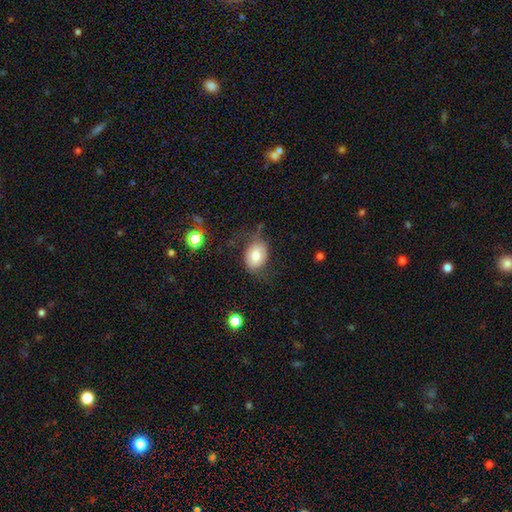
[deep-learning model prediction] A smooth galaxy with no disk features (68%) that is in between round and cigar-shaped (65%). Merging: none (56%).